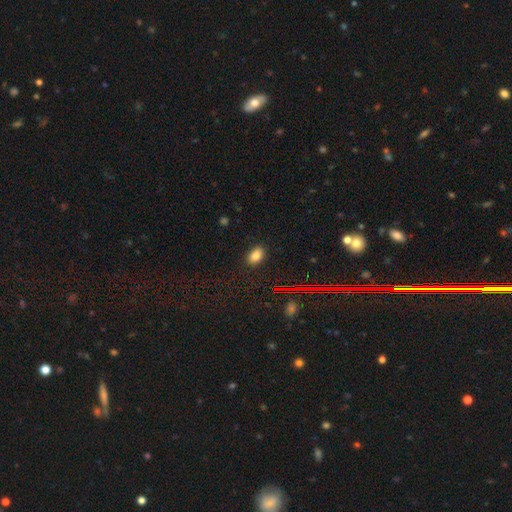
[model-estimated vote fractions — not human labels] The model was most divided on "smooth or featured": smooth: 80%, star or artifact: 13%, featured or disk: 6%. More confident: merging — none (86%); how rounded — in between (85%).